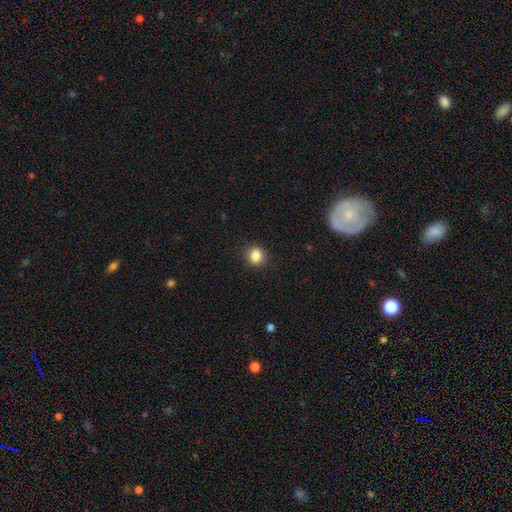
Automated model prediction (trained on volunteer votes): Morphology: type=smooth (86%); roundness=round (73%); merging=none (88%).